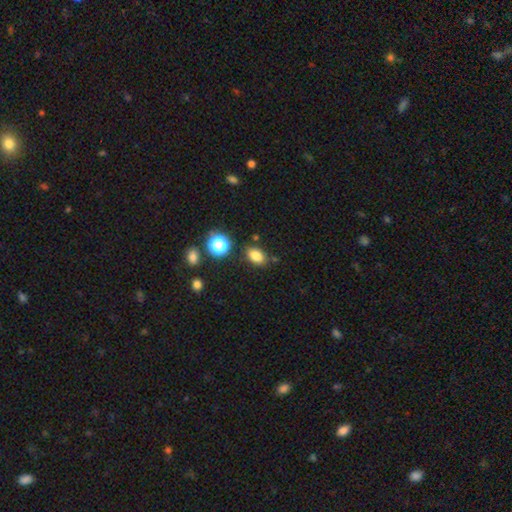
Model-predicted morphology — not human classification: smooth-or-featured: smooth: 81% | star or artifact: 13% | featured or disk: 6%
  how-rounded: in between: 81% | round: 17% | cigar-shaped: 2%
  merging: none: 81% | minor disturbance: 11% | merger: 5% | major disturbance: 3%